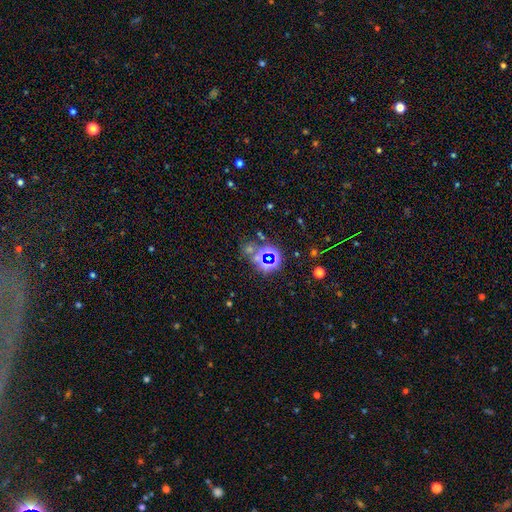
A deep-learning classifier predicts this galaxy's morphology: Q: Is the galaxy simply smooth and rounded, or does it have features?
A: star or artifact — 74%.